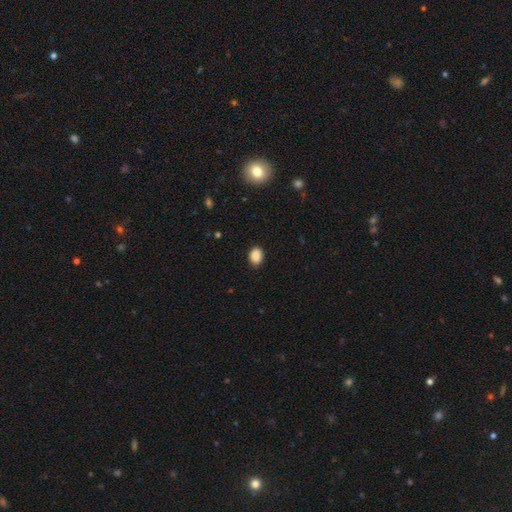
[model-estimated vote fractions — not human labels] A smooth galaxy with no disk features (89%) that is in between round and cigar-shaped (69%). Merging: none (88%).